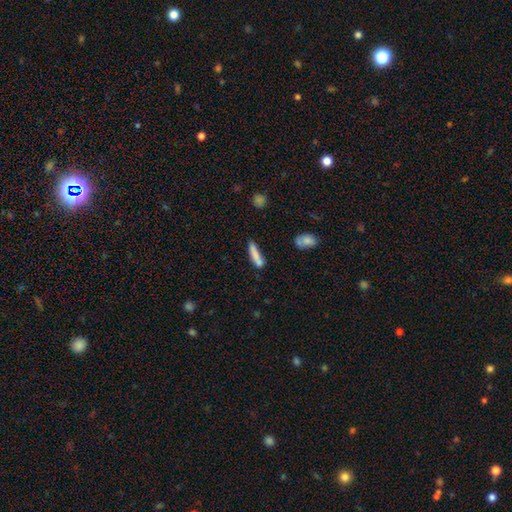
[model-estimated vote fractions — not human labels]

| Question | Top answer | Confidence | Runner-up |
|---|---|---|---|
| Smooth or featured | smooth | 77% | featured or disk (15%) |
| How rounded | cigar-shaped | 83% | in between (15%) |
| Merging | none | 59% | minor disturbance (20%) |